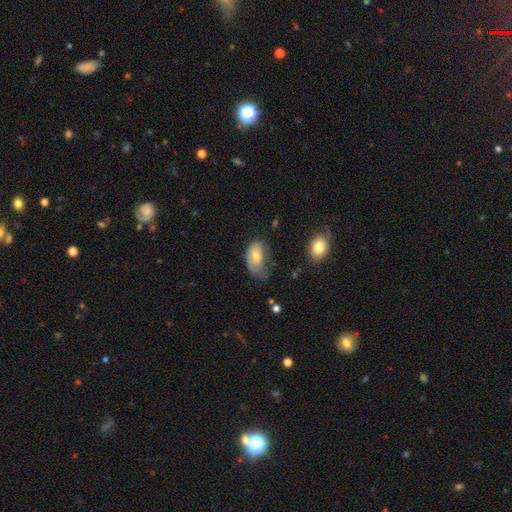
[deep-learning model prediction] Smooth or featured? Predicted: smooth (p=0.64). How rounded? Predicted: in between (p=0.90). Merging? Predicted: minor disturbance (p=0.38).